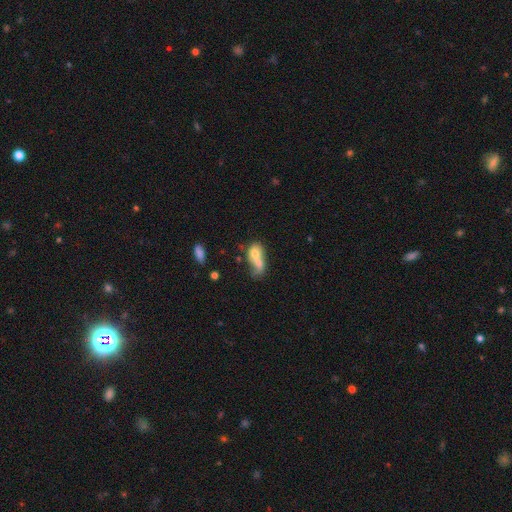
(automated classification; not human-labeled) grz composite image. It shows a smooth galaxy with no disk features (65%) that is in between round and cigar-shaped (68%). Merging: merger (66%).